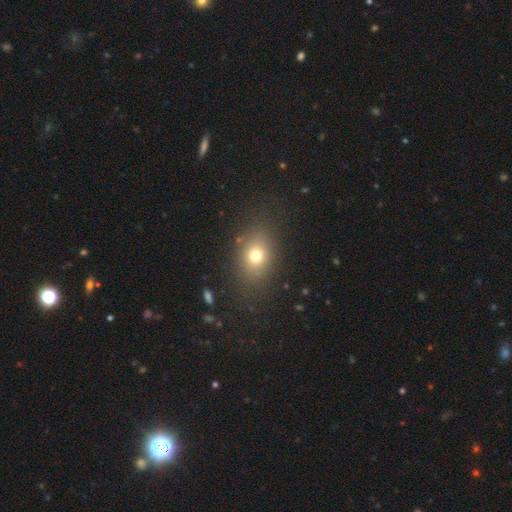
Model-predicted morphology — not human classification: The model was most divided on "how rounded": in between: 59%, round: 40%, cigar-shaped: 1%. More confident: merging — none (80%); smooth or featured — smooth (74%).